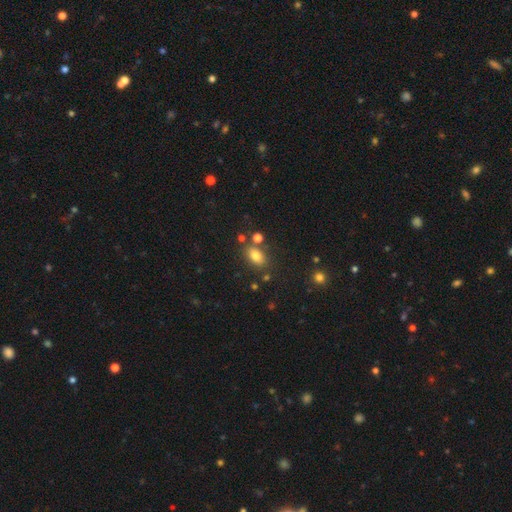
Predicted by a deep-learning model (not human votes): Q: Smooth or featured?
A: smooth (79%); runner-up: star or artifact (11%)
Q: How rounded?
A: in between (83%); runner-up: round (14%)
Q: Merging?
A: none (74%); runner-up: minor disturbance (12%)